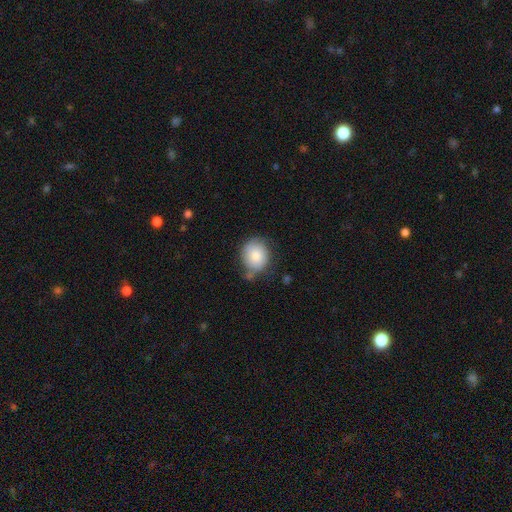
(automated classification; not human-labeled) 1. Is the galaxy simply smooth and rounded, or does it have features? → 82% smooth, 10% featured or disk, 7% star or artifact.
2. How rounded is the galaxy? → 71% round, 28% in between, 1% cigar-shaped.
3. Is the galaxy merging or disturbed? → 60% none, 25% minor disturbance, 7% merger, 7% major disturbance.